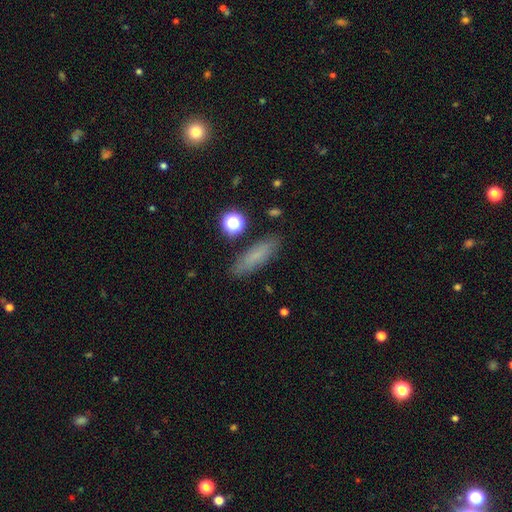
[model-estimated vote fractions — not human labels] smooth_or_featured: smooth (p=0.71) [alt: featured or disk p=0.17]
how_rounded: cigar-shaped (p=0.57) [alt: in between p=0.39]
merging: none (p=0.83) [alt: minor disturbance p=0.11]